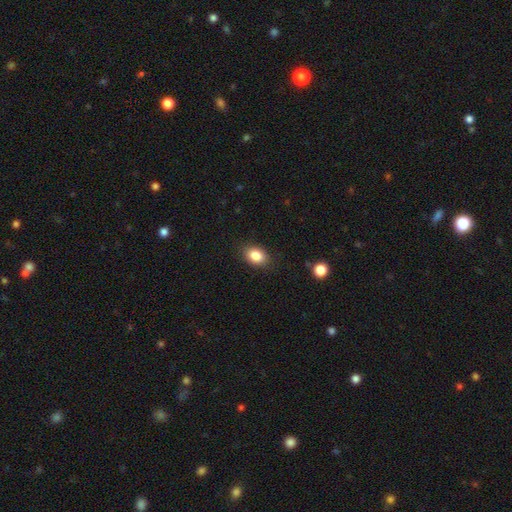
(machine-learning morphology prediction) The model was most divided on "how rounded": in between: 75%, round: 24%, cigar-shaped: 1%. More confident: merging — none (86%); smooth or featured — smooth (85%).